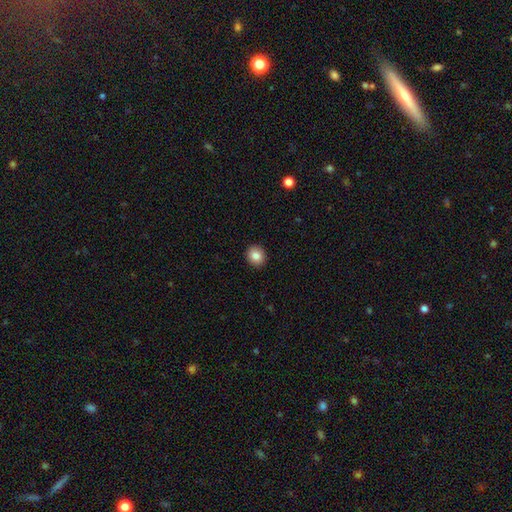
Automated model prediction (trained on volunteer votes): A smooth galaxy with no disk features (85%) that is round (77%). Merging: none (92%).